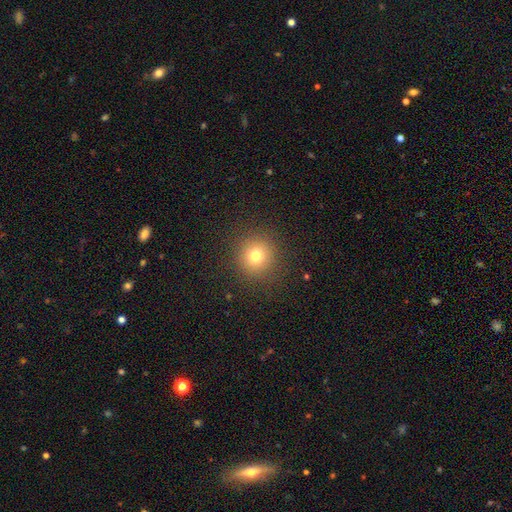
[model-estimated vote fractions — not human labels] Smooth or featured?
  - smooth: 75% *
  - star or artifact: 16%
  - featured or disk: 9%
How rounded?
  - round: 93% *
  - in between: 6%
  - cigar-shaped: 1%
Merging?
  - none: 90% *
  - minor disturbance: 6%
  - major disturbance: 3%
  - merger: 1%